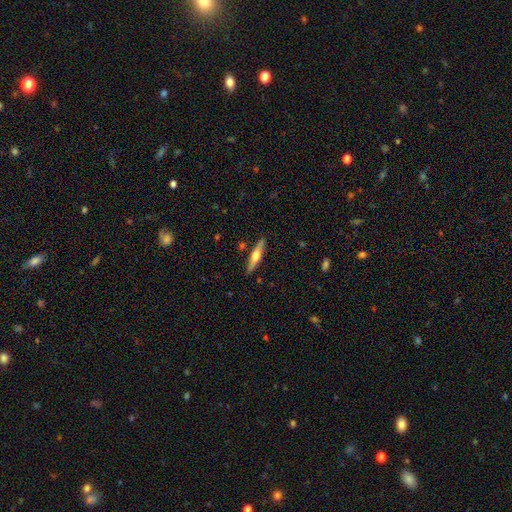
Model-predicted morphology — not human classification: smooth_or_featured: featured or disk (p=0.56) [alt: smooth p=0.38]
disk_edge_on: yes (p=0.95) [alt: no p=0.05]
edge_on_bulge: rounded (p=0.90) [alt: boxy p=0.05]
merging: none (p=0.88) [alt: minor disturbance p=0.09]